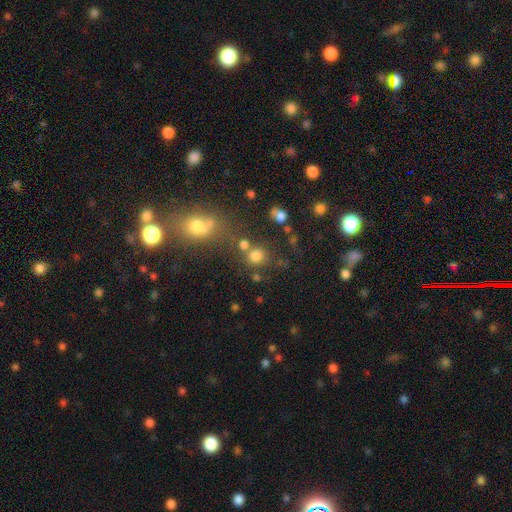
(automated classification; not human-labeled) A smooth galaxy with no disk features (76%) that is round (84%).

Vote fractions:
- Smooth or featured? smooth: 76% / star or artifact: 17% / featured or disk: 8%
- How rounded? round: 84% / in between: 14% / cigar-shaped: 1%
- Merging? none: 66% / merger: 18% / minor disturbance: 10% / major disturbance: 6%